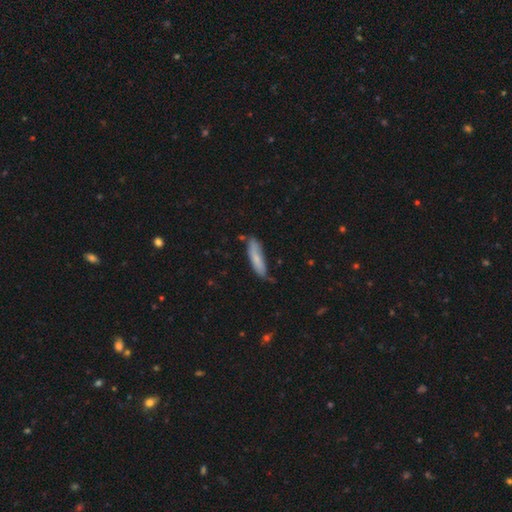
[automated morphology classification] smooth-or-featured: smooth: 75% | featured or disk: 19% | star or artifact: 6%
  how-rounded: cigar-shaped: 71% | in between: 28% | round: 1%
  merging: none: 62% | minor disturbance: 29% | major disturbance: 5% | merger: 4%